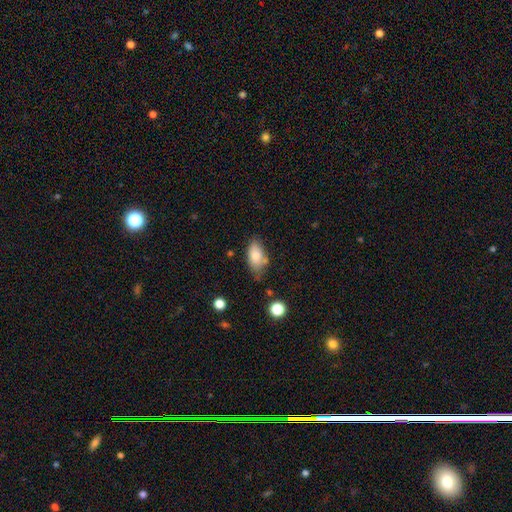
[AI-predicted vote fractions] The model was most divided on "merging": none: 58%, minor disturbance: 28%, merger: 7%, major disturbance: 7%. More confident: how rounded — in between (91%); smooth or featured — smooth (81%).